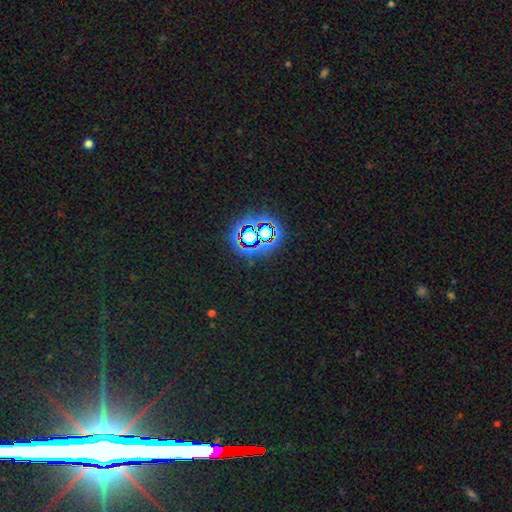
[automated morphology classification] Smooth or featured? Predicted: star or artifact (p=0.72).